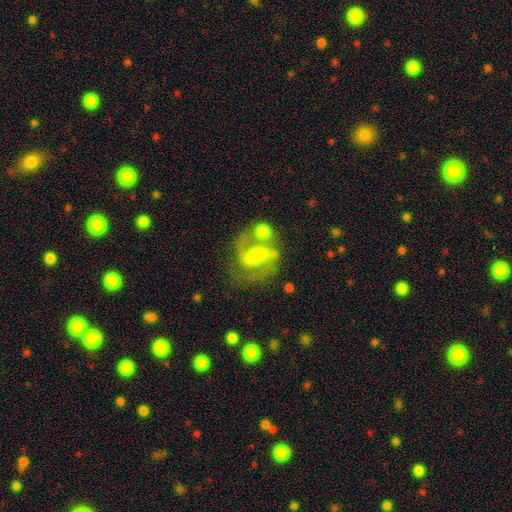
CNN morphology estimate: Smooth or featured? featured or disk (76%)
Edge-on disk? no (97%)
Bar? weak (46%)
Spiral arms? yes (91%)
Spiral winding? medium (59%)
Spiral arm count? 2 (89%)
Bulge size? moderate (55%)
Merging? none (53%)